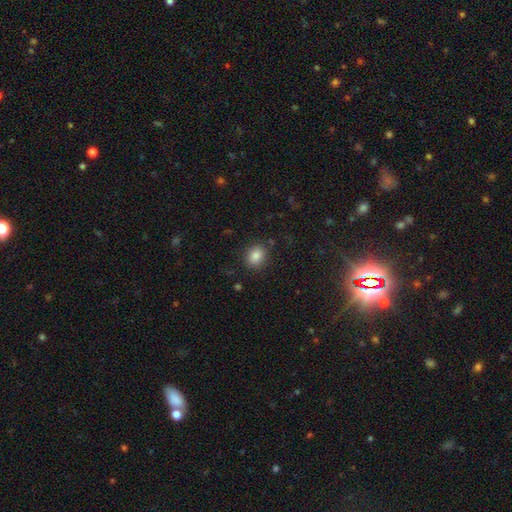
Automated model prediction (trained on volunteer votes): Smooth or featured? Predicted: smooth (p=0.85). How rounded? Predicted: round (p=0.54). Merging? Predicted: none (p=0.86).